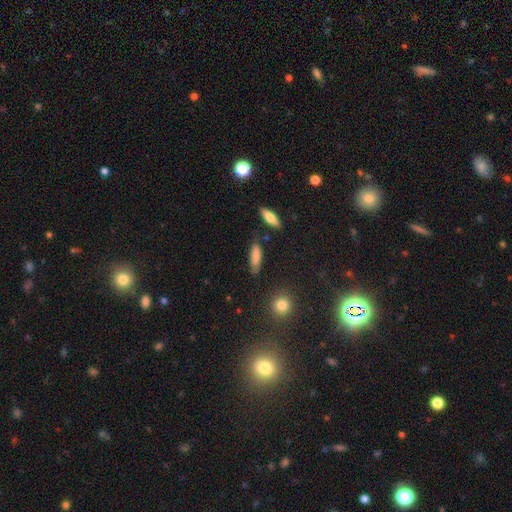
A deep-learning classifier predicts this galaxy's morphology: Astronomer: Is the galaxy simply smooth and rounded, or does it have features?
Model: smooth — 79%.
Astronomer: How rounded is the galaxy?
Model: in between — 50% (runner-up: cigar-shaped, 47%).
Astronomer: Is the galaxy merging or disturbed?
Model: none — 72%.